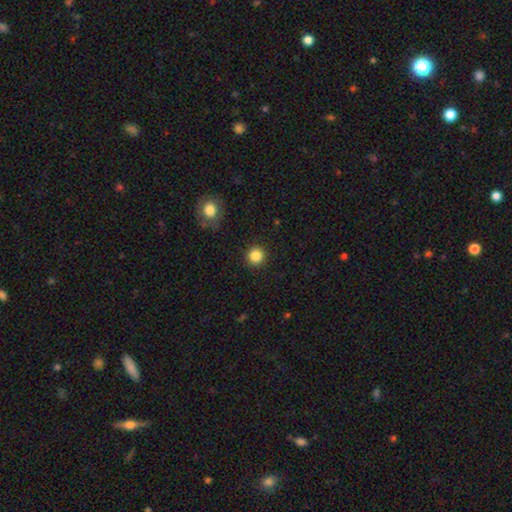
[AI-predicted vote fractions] Smooth or featured? Predicted: smooth (p=0.85). How rounded? Predicted: round (p=0.94). Merging? Predicted: none (p=0.91).